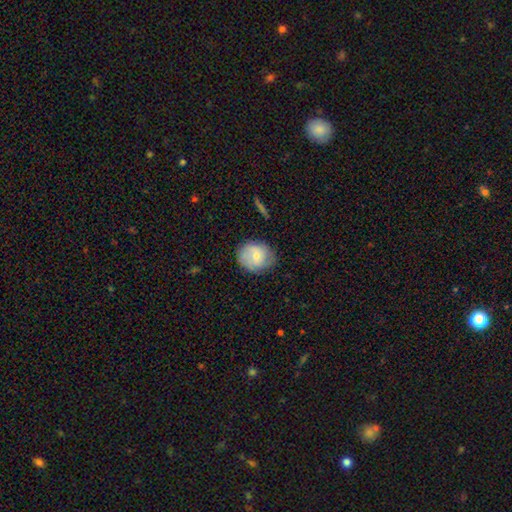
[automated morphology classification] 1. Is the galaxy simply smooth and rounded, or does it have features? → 55% smooth, 37% featured or disk, 8% star or artifact.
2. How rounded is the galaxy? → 73% round, 26% in between, 1% cigar-shaped.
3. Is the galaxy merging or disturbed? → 75% none, 18% minor disturbance, 5% major disturbance, 2% merger.